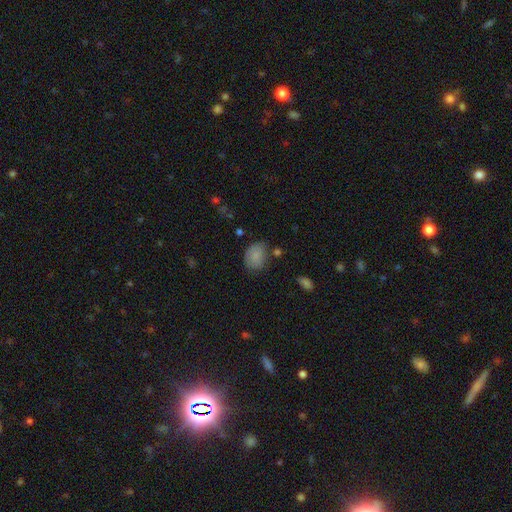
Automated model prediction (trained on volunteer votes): Smooth or featured? smooth (84%)
How rounded? in between (65%)
Merging? none (69%)